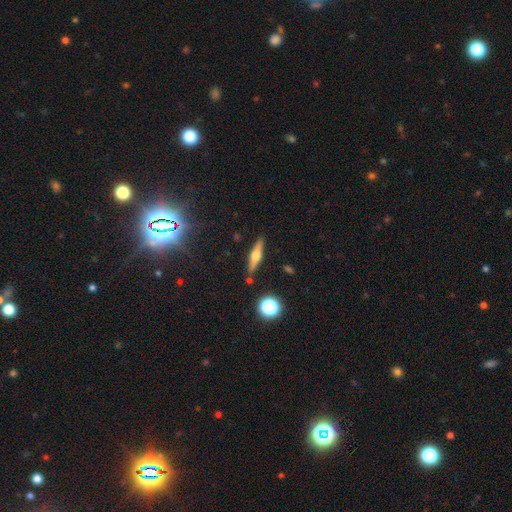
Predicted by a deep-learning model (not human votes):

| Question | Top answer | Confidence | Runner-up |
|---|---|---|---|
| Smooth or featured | featured or disk | 56% | smooth (36%) |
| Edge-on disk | yes | 94% | no (6%) |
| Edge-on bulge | rounded | 91% | boxy (5%) |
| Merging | none | 86% | minor disturbance (9%) |